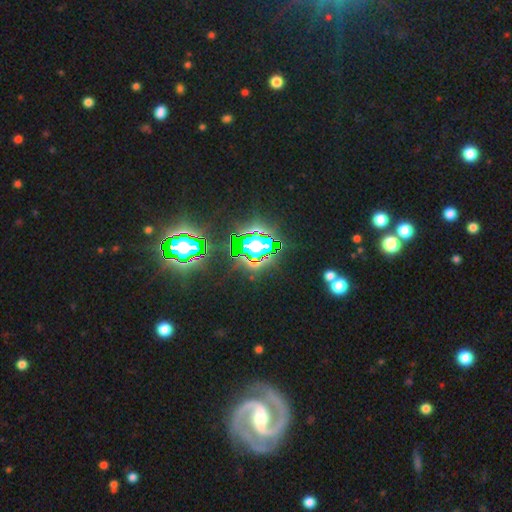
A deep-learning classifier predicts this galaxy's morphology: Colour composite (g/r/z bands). It shows a star or artifact, not a galaxy (52%).